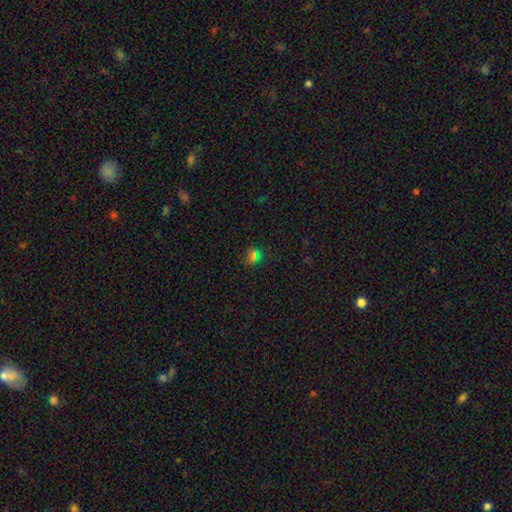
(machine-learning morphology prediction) smooth_or_featured: smooth (p=0.63) [alt: star or artifact p=0.29]
how_rounded: round (p=0.66) [alt: in between p=0.32]
merging: none (p=0.82) [alt: minor disturbance p=0.12]